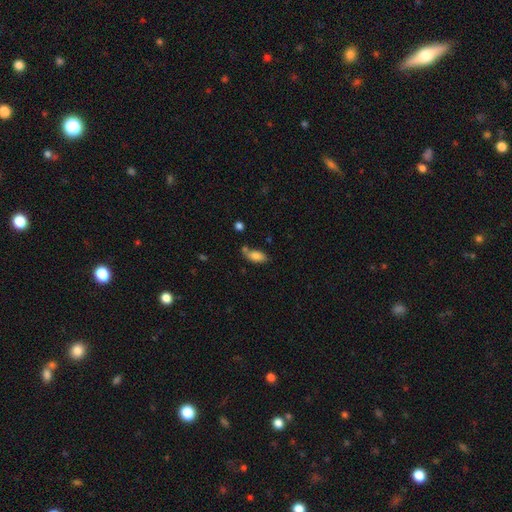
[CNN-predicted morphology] Smooth or featured: smooth — 80% (featured or disk — 11%)
How rounded: in between — 88% (cigar-shaped — 8%)
Merging: none — 55% (minor disturbance — 22%)